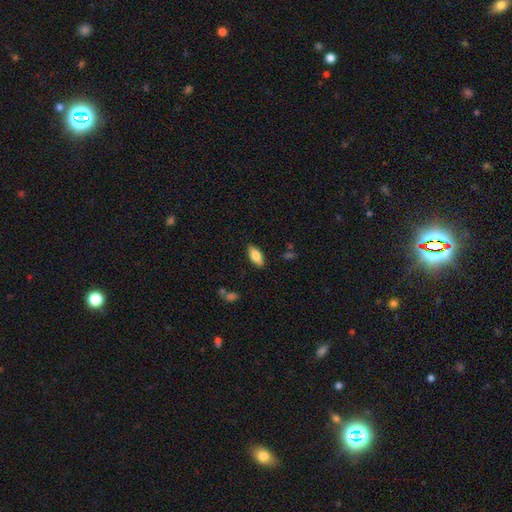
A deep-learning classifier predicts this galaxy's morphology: This is likely a smooth galaxy (77%). How rounded: clearly in between (86%). Merging: clearly none (87%).